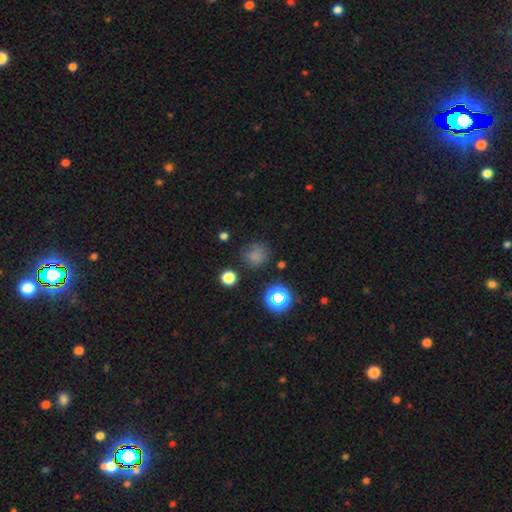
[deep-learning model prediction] smooth_or_featured: smooth (p=0.72) [alt: star or artifact p=0.21]
how_rounded: round (p=0.87) [alt: in between p=0.12]
merging: none (p=0.73) [alt: minor disturbance p=0.17]